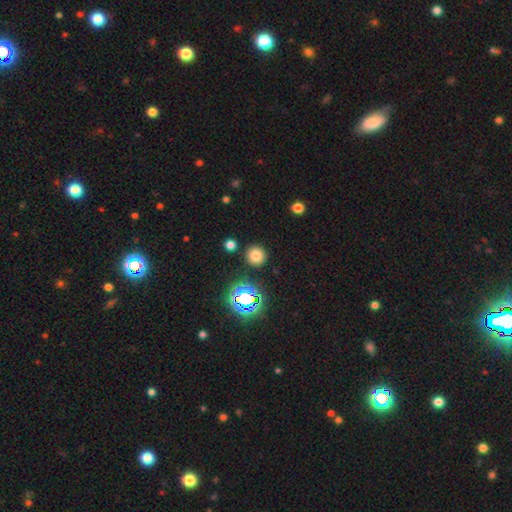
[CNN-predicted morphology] A smooth galaxy with no disk features (71%) that is round (94%).

Vote fractions:
- Smooth or featured? smooth: 71% / star or artifact: 22% / featured or disk: 7%
- How rounded? round: 94% / in between: 5% / cigar-shaped: 1%
- Merging? none: 89% / minor disturbance: 6% / merger: 3% / major disturbance: 2%